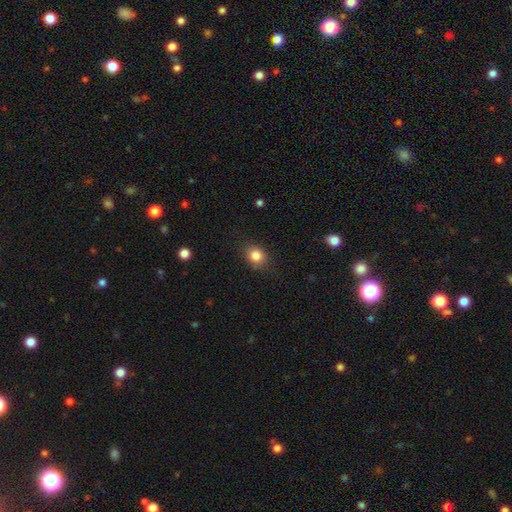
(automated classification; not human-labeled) The model was most divided on "how rounded": round: 59%, in between: 40%, cigar-shaped: 1%. More confident: smooth or featured — smooth (84%); merging — none (83%).